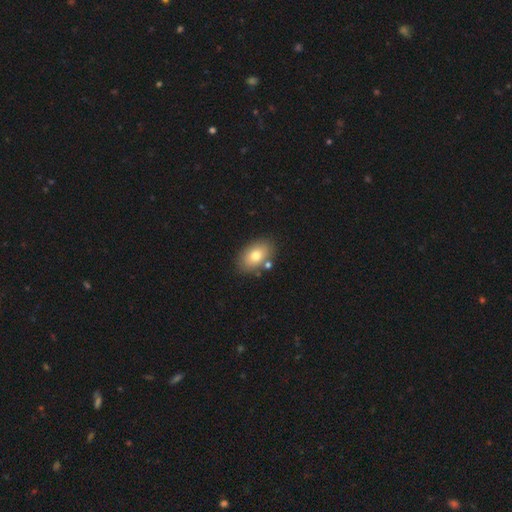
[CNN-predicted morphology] smooth 76%, featured or disk 16%, star or artifact 8%. Down the decision tree: how rounded — in between (88%); merging — none (79%).